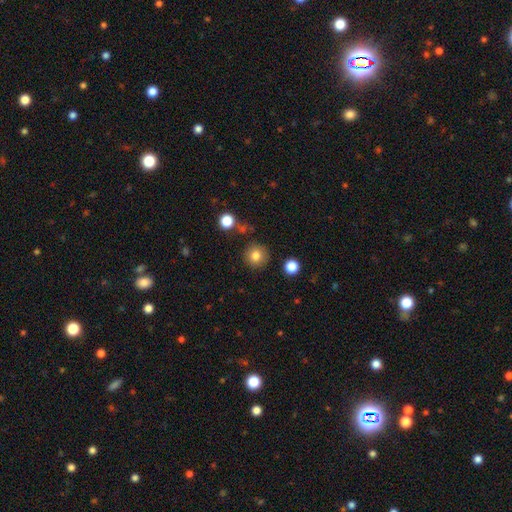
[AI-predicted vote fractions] Morphology: type=smooth (81%); roundness=round (94%); merging=none (86%).